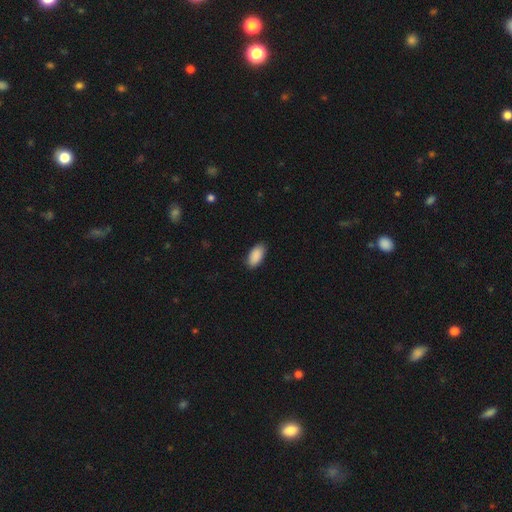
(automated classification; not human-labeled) Q: Smooth or featured?
A: smooth (91%); runner-up: star or artifact (6%)
Q: How rounded?
A: in between (94%); runner-up: cigar-shaped (4%)
Q: Merging?
A: none (88%); runner-up: minor disturbance (9%)